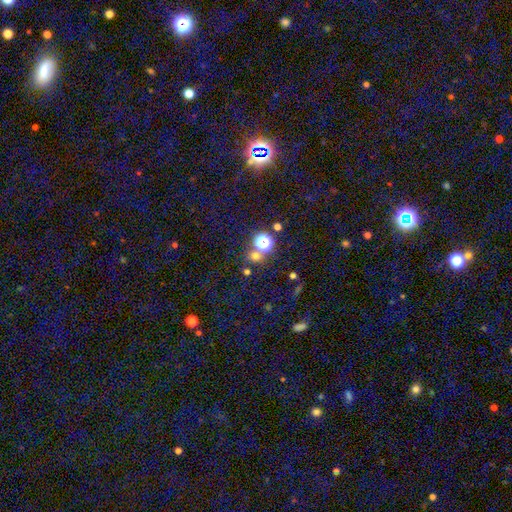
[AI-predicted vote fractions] smooth 54%, star or artifact 39%, featured or disk 8%. Down the decision tree: how rounded — round (84%); merging — none (68%).